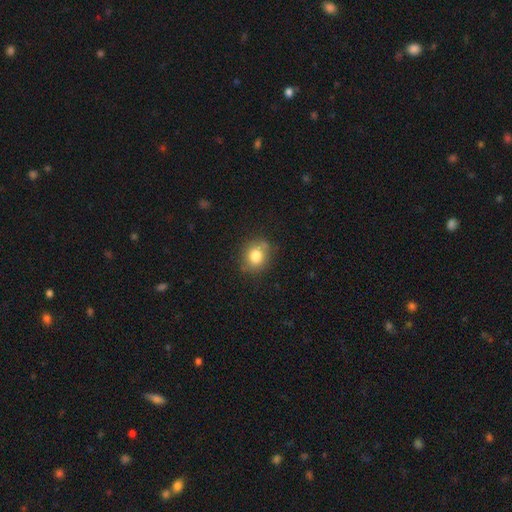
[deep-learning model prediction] Smooth or featured? Predicted: smooth (p=0.80). How rounded? Predicted: round (p=0.70). Merging? Predicted: none (p=0.78).